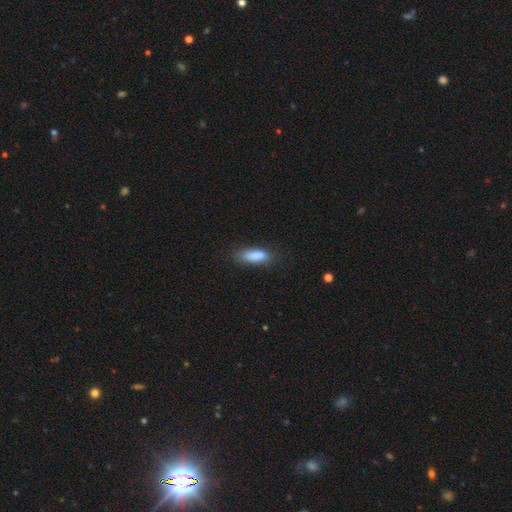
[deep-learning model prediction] A smooth galaxy with no disk features (86%) that is in between round and cigar-shaped (61%).

Vote fractions:
- Smooth or featured? smooth: 86% / star or artifact: 7% / featured or disk: 7%
- How rounded? in between: 61% / cigar-shaped: 37% / round: 2%
- Merging? none: 73% / minor disturbance: 20% / major disturbance: 6% / merger: 1%